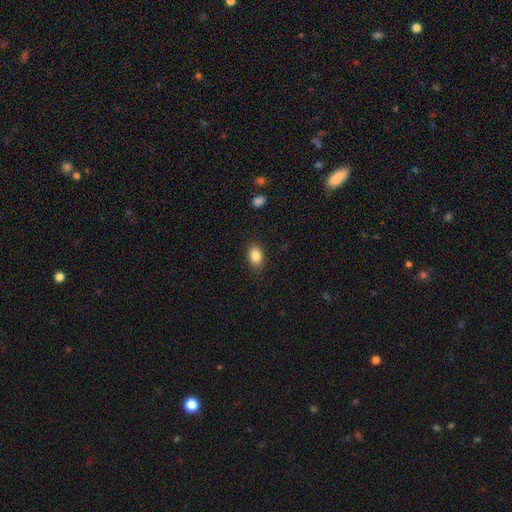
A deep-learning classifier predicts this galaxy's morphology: Smooth or featured? Predicted: smooth (p=0.85). How rounded? Predicted: in between (p=0.87). Merging? Predicted: none (p=0.87).